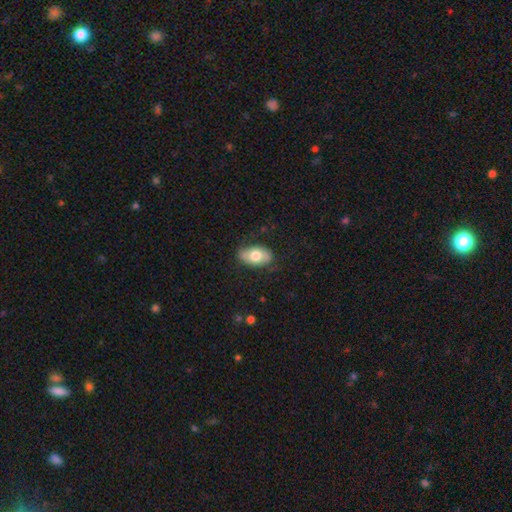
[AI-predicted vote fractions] This is likely a smooth galaxy (70%). How rounded: clearly in between (92%). Merging: likely none (77%).